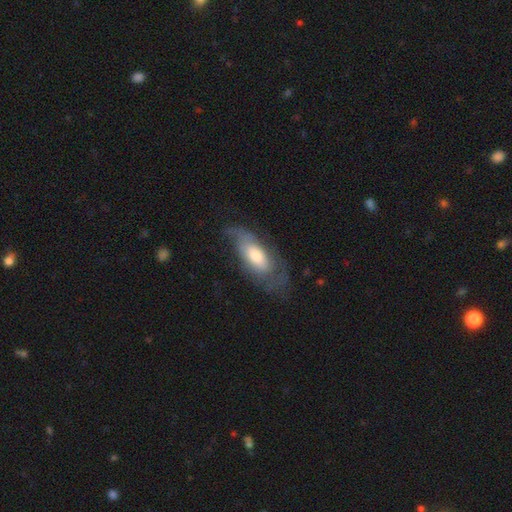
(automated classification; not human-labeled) Morphology: type=featured or disk (47%, tied with smooth); merging=none (53%).